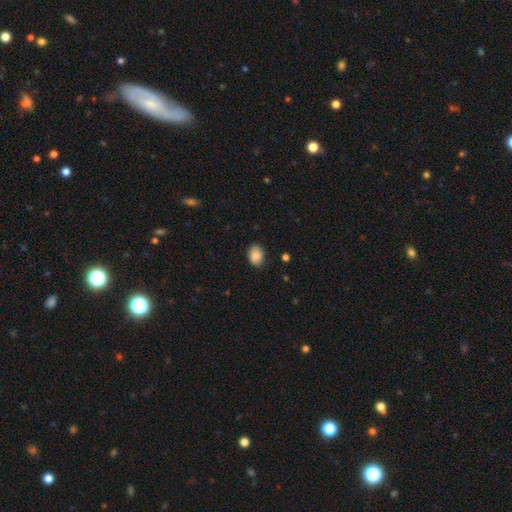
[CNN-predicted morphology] Smooth or featured?
  - smooth: 86% *
  - star or artifact: 8%
  - featured or disk: 6%
How rounded?
  - in between: 64% *
  - round: 35%
  - cigar-shaped: 1%
Merging?
  - none: 83% *
  - minor disturbance: 14%
  - major disturbance: 3%
  - merger: 1%